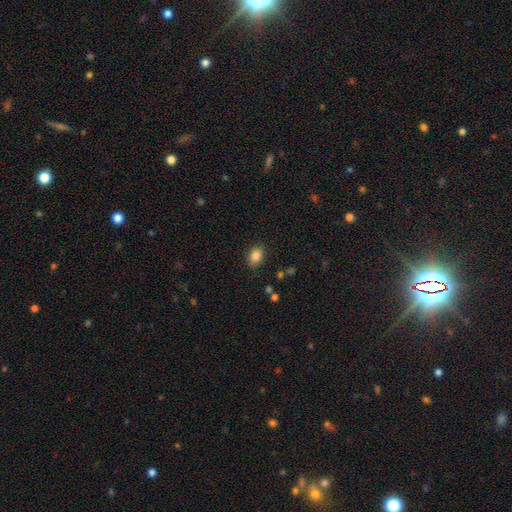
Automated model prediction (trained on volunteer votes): The model was most divided on "how rounded": in between: 83%, round: 16%, cigar-shaped: 1%. More confident: merging — none (86%); smooth or featured — smooth (86%).